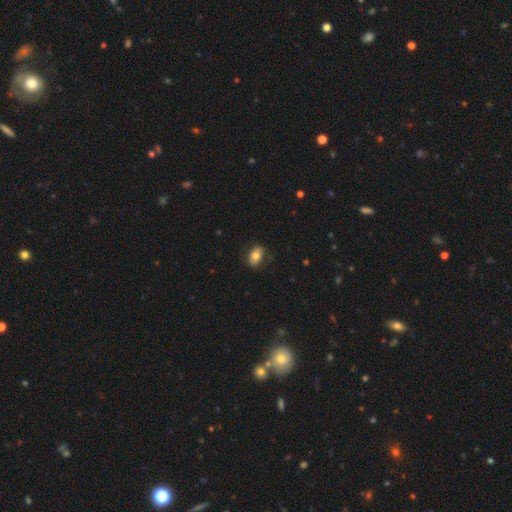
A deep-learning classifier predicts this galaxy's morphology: Smooth or featured?
  - smooth: 73% *
  - featured or disk: 19%
  - star or artifact: 8%
How rounded?
  - in between: 87% *
  - round: 10%
  - cigar-shaped: 4%
Merging?
  - none: 81% *
  - minor disturbance: 15%
  - major disturbance: 3%
  - merger: 1%